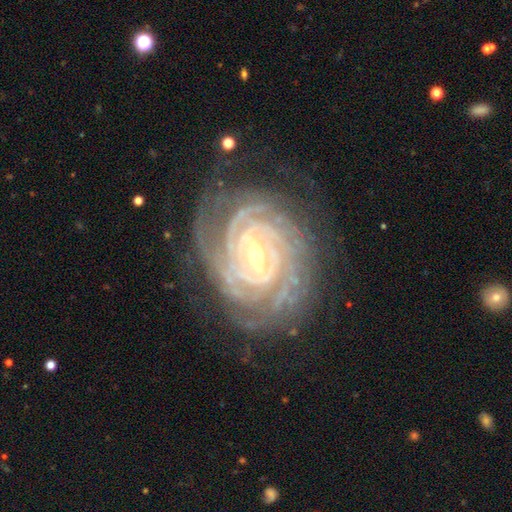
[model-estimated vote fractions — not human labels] Q: Smooth or featured?
A: featured or disk (92%); runner-up: star or artifact (5%)
Q: Edge-on disk?
A: no (97%); runner-up: yes (3%)
Q: Bar?
A: strong (45%); runner-up: weak (43%)
Q: Spiral arms?
A: yes (98%); runner-up: no (2%)
Q: Spiral winding?
A: tight (85%); runner-up: medium (13%)
Q: Spiral arm count?
A: 4 (26%); runner-up: can't tell (20%)
Q: Bulge size?
A: small (53%); runner-up: moderate (43%)
Q: Merging?
A: none (77%); runner-up: minor disturbance (16%)